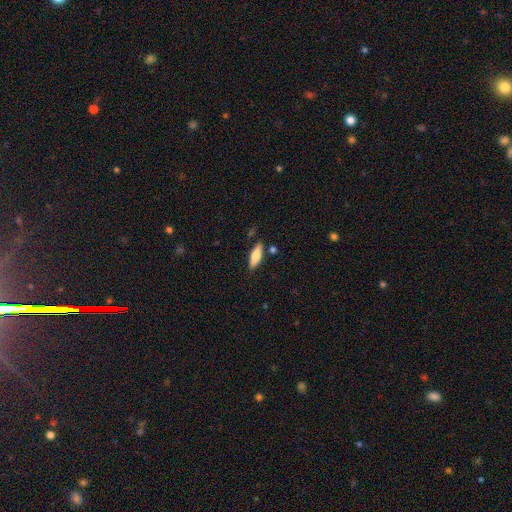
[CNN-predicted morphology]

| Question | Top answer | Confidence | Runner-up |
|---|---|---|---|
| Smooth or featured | smooth | 70% | featured or disk (24%) |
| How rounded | in between | 59% | cigar-shaped (39%) |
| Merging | none | 81% | minor disturbance (12%) |